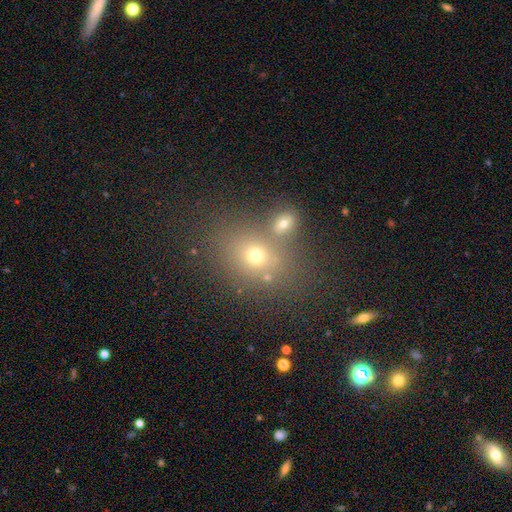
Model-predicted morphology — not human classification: smooth_or_featured: smooth (p=0.65) [alt: star or artifact p=0.21]
how_rounded: in between (p=0.50) [alt: round p=0.49]
merging: none (p=0.60) [alt: merger p=0.24]